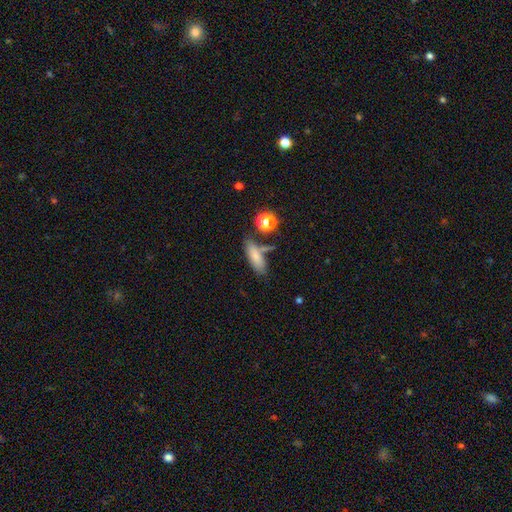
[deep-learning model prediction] Morphology: type=smooth (78%); roundness=in between (58%); merging=none (61%).